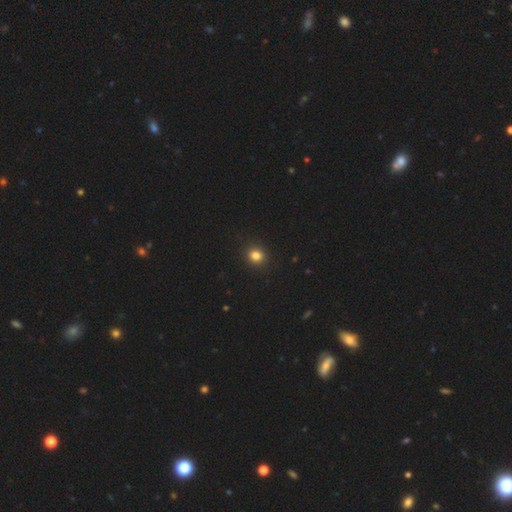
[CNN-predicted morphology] Smooth or featured? smooth (83%)
How rounded? round (81%)
Merging? none (92%)